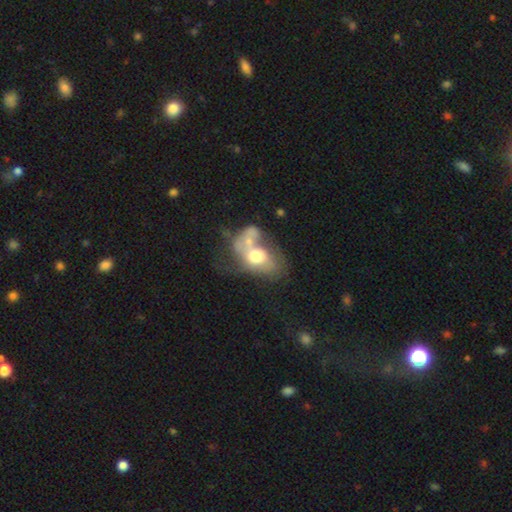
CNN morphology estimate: smooth 48%, featured or disk 44%, star or artifact 8%. Down the decision tree: merging — merger (59%).